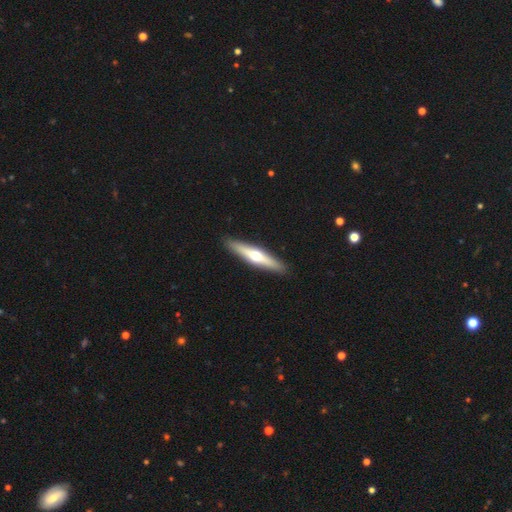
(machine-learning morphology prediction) A featured or disk galaxy (56%) viewed edge-on (94%) with a rounded central bulge (92%). Merging: none (91%).